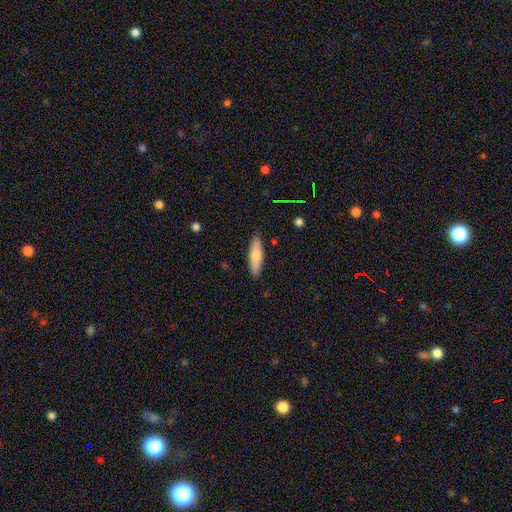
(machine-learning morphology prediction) Overall: smooth (69%). How rounded: cigar-shaped (58%; in between 40%). Merging: none (86%).